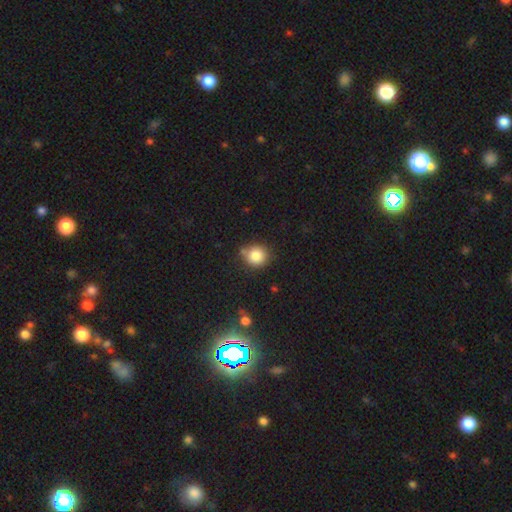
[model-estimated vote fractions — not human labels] This is clearly a smooth galaxy (84%). How rounded: clearly round (89%). Merging: likely none (73%).